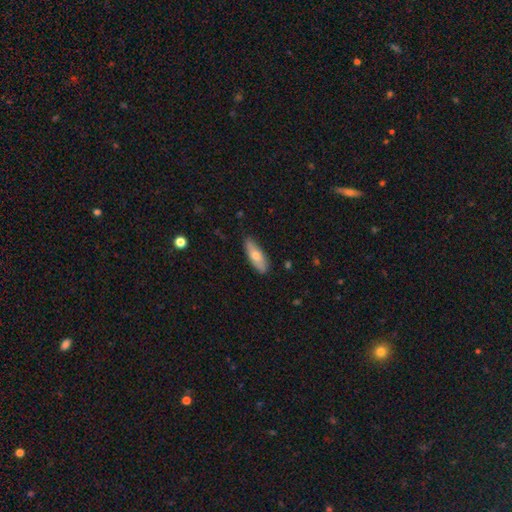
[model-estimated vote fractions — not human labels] Smooth or featured? smooth (67%)
How rounded? in between (54%)
Merging? none (84%)